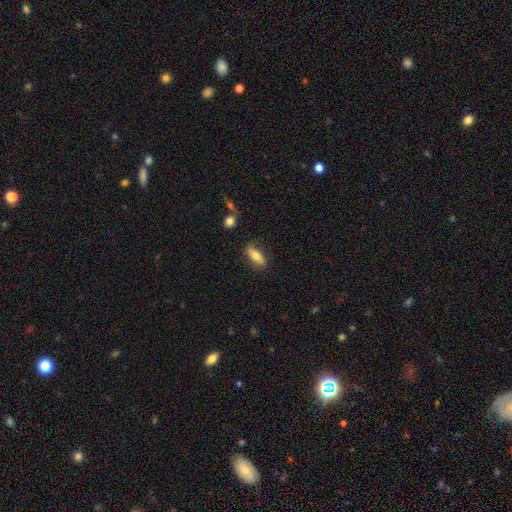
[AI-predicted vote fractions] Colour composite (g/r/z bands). It shows a smooth galaxy with no disk features (69%) that is in between round and cigar-shaped (64%). Merging: none (81%).